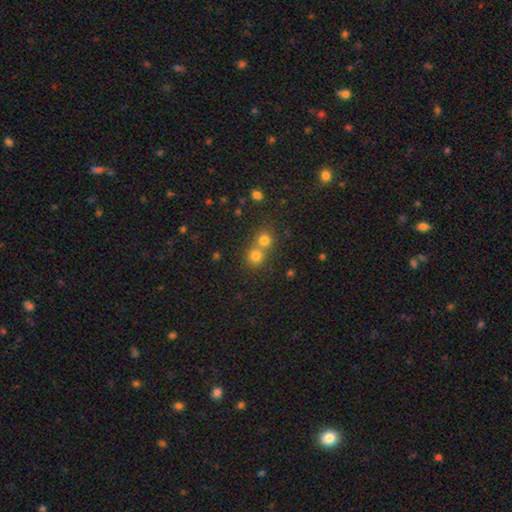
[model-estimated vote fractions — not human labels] Q: Smooth or featured?
A: smooth (78%); runner-up: star or artifact (15%)
Q: How rounded?
A: round (87%); runner-up: in between (12%)
Q: Merging?
A: merger (48%); runner-up: none (45%)